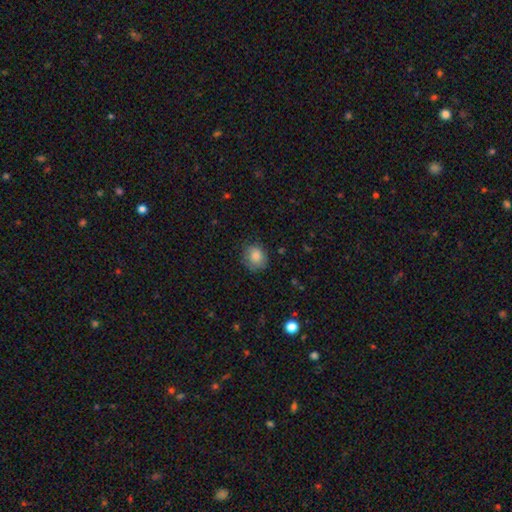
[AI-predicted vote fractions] Smooth or featured?
  - smooth: 82% *
  - featured or disk: 9%
  - star or artifact: 9%
How rounded?
  - round: 72% *
  - in between: 27%
  - cigar-shaped: 1%
Merging?
  - none: 73% *
  - minor disturbance: 20%
  - major disturbance: 5%
  - merger: 1%